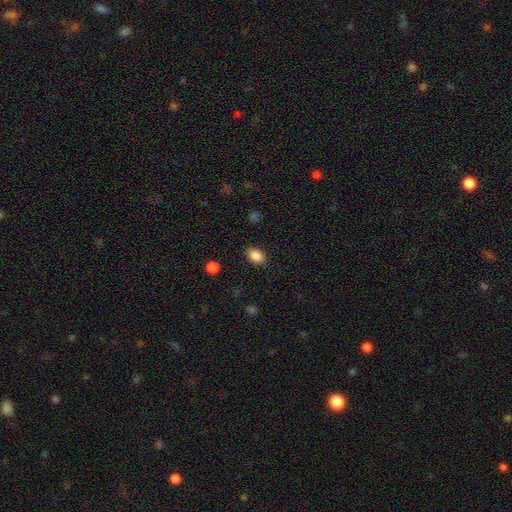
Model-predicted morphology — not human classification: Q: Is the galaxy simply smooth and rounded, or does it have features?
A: smooth — 88%.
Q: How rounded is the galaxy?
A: in between — 76%.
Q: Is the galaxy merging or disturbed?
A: none — 86%.